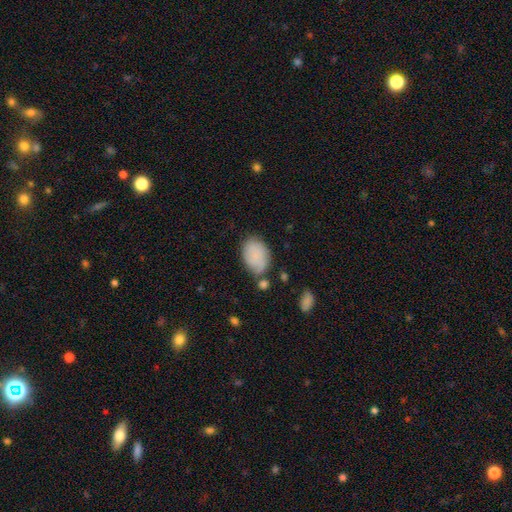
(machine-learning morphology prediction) Overall: smooth (83%). How rounded: in between (83%). Merging: none (59%; minor disturbance 25%).